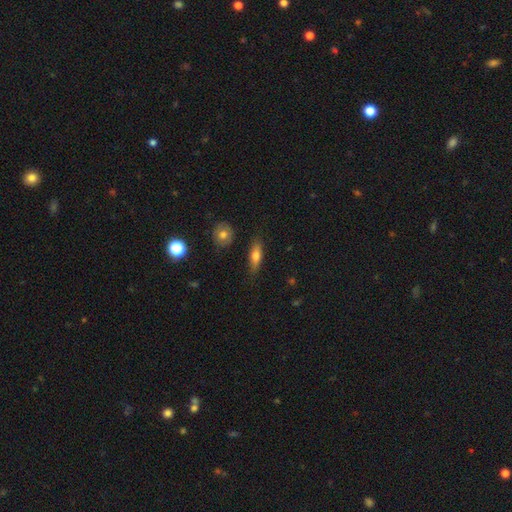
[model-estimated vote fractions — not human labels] Smooth or featured? smooth (68%)
How rounded? in between (56%)
Merging? none (82%)